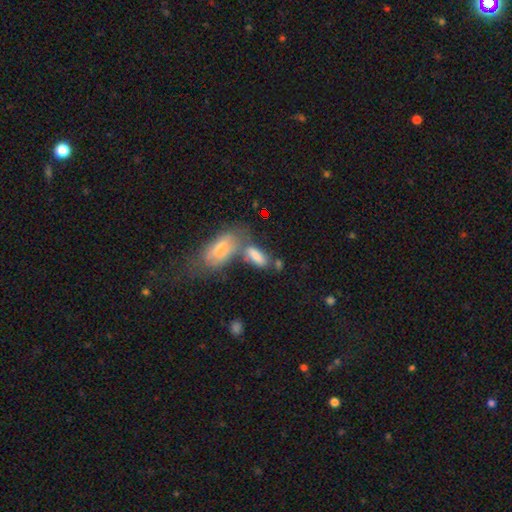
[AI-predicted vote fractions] smooth 78%, featured or disk 14%, star or artifact 8%. Down the decision tree: how rounded — in between (78%); merging — none (40%).